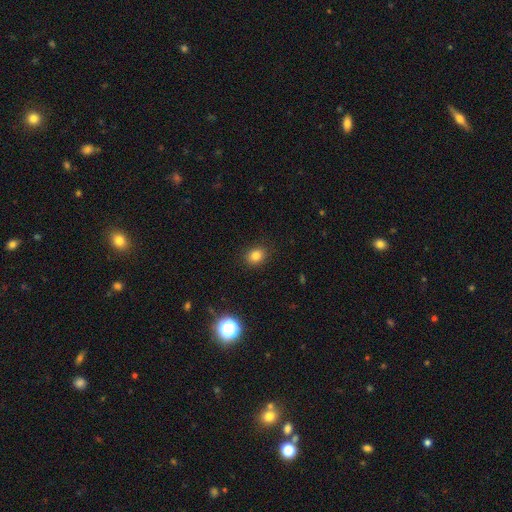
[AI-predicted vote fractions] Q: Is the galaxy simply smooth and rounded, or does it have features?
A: smooth — 81%.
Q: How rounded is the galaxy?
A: round — 54%.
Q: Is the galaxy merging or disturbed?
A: none — 88%.